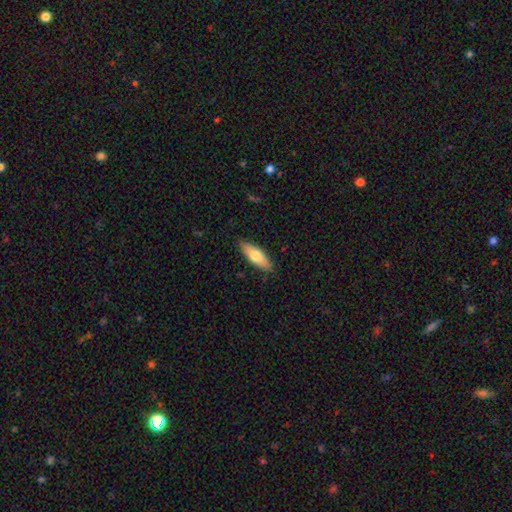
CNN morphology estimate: type=smooth (70%); roundness=in between (57%); merging=none (88%).